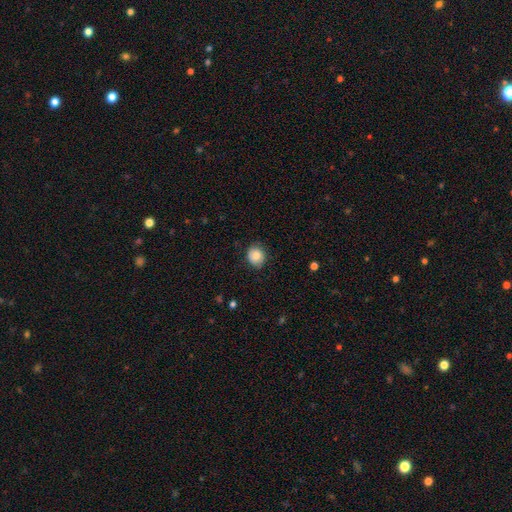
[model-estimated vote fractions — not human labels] Smooth or featured? Predicted: smooth (p=0.81). How rounded? Predicted: round (p=0.70). Merging? Predicted: none (p=0.80).